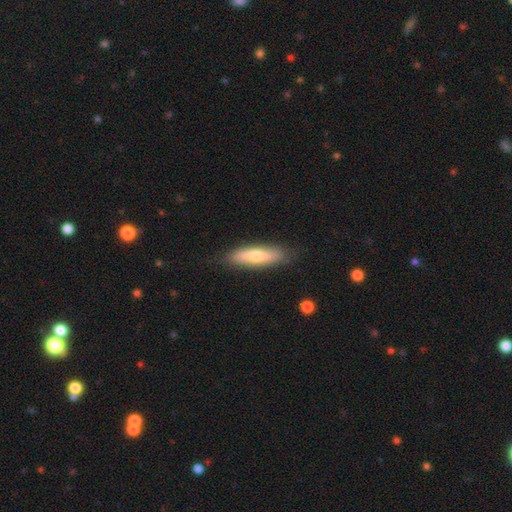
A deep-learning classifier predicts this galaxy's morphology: A smooth galaxy with no disk features (58%) that is cigar-shaped (72%). Merging: none (85%).